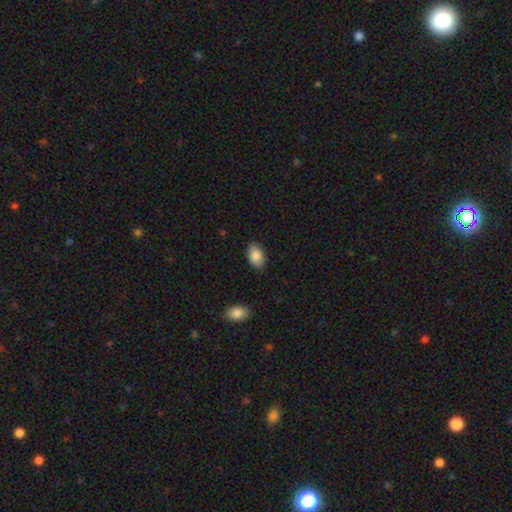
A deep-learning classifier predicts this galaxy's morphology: A smooth galaxy with no disk features (87%) that is in between round and cigar-shaped (93%). Merging: none (87%).